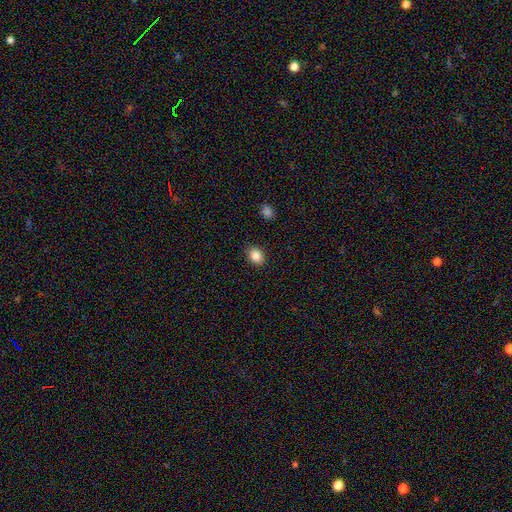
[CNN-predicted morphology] type=smooth (85%); roundness=in between (53%); merging=none (88%).